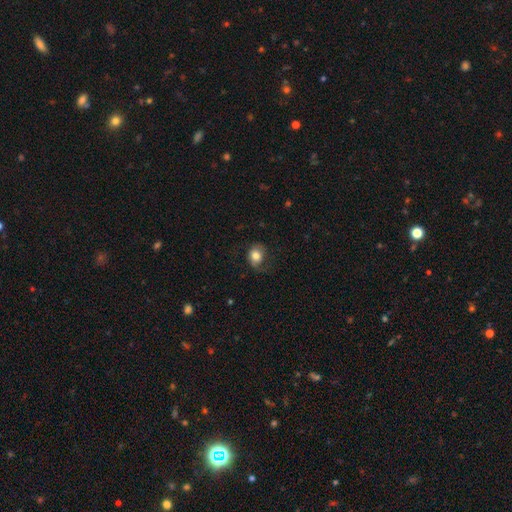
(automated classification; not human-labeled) The model was most divided on "how rounded": round: 53%, in between: 46%, cigar-shaped: 1%. More confident: smooth or featured — smooth (75%); merging — none (54%).